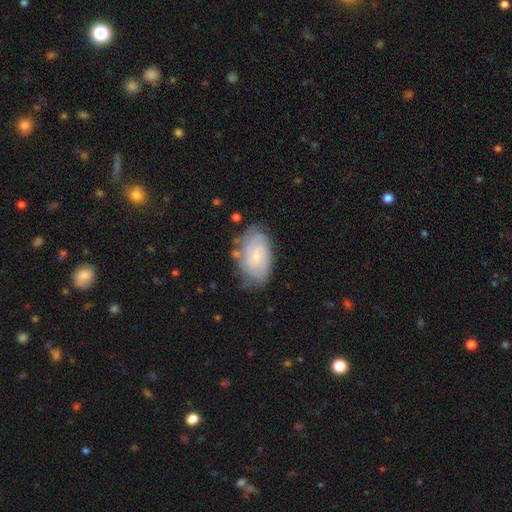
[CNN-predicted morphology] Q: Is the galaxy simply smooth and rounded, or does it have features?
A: featured or disk — 67%.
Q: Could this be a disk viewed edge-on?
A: no — 96%.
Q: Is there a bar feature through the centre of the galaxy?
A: no — 72%.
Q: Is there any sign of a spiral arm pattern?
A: yes — 90%.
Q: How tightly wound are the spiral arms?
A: tight — 67%.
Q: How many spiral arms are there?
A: can't tell — 46%.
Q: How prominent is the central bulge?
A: small — 75%.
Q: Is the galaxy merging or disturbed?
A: none — 70%.